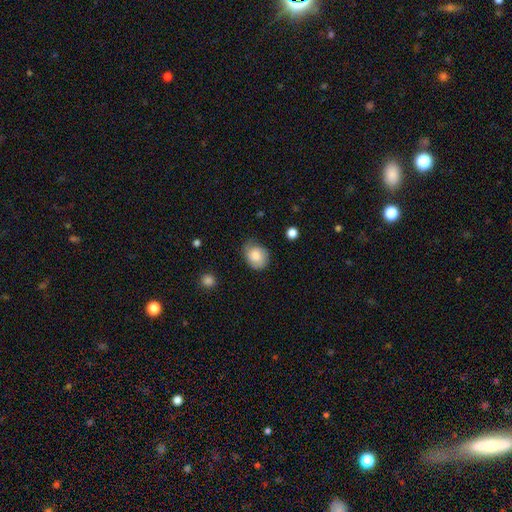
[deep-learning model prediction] smooth_or_featured: smooth (p=0.69) [alt: featured or disk p=0.23]
how_rounded: round (p=0.55) [alt: in between p=0.45]
merging: none (p=0.62) [alt: minor disturbance p=0.29]